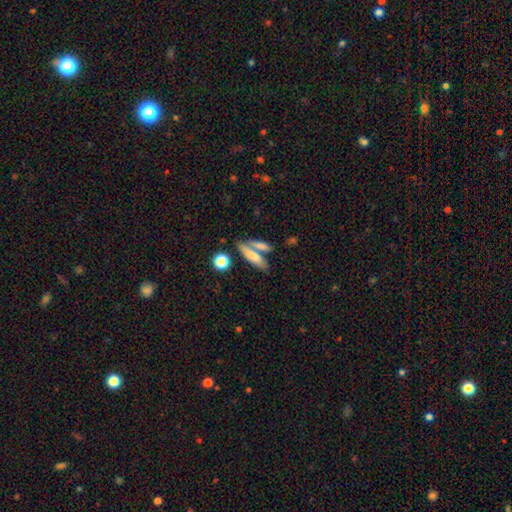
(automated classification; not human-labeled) smooth_or_featured: smooth (p=0.60) [alt: featured or disk p=0.29]
how_rounded: cigar-shaped (p=0.59) [alt: in between p=0.35]
merging: none (p=0.52) [alt: merger p=0.32]